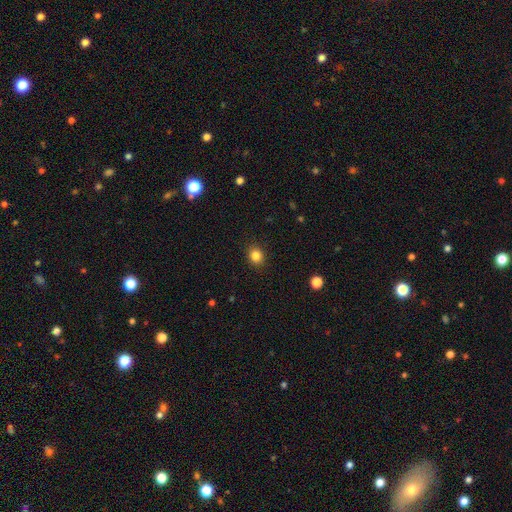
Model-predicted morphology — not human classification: Overall: smooth (84%). How rounded: round (72%). Merging: none (90%).